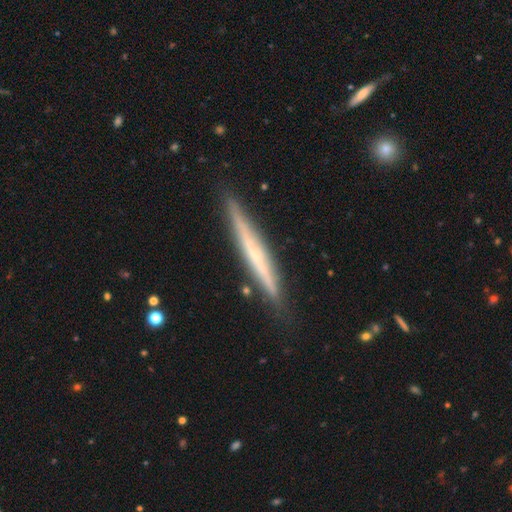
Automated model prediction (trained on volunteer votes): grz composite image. It shows a featured or disk galaxy (61%) viewed edge-on (96%) with no central bulge (72%). Merging: none (86%).